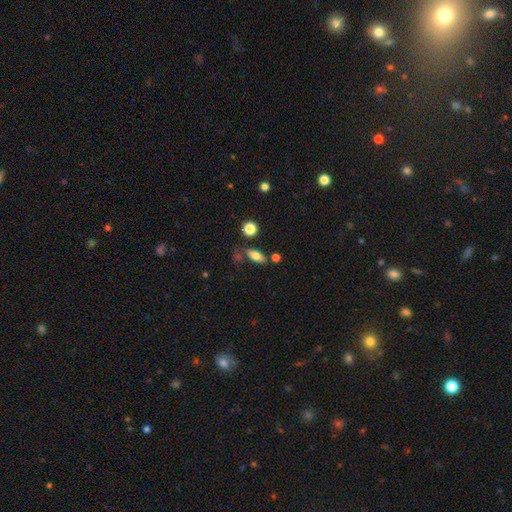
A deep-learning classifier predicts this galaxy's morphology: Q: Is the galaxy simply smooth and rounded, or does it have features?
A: smooth — 70%.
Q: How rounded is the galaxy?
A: in between — 75%.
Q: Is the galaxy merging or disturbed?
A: none — 68%.